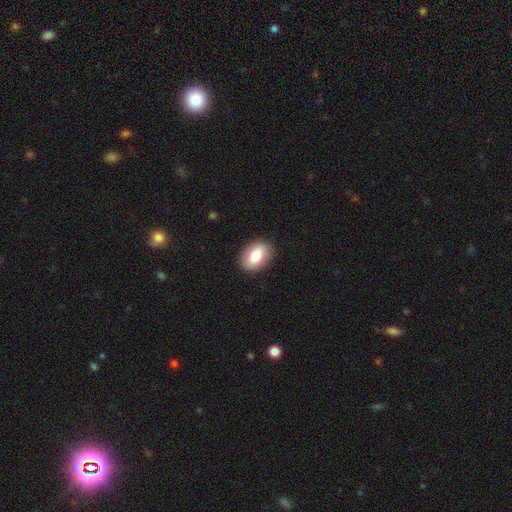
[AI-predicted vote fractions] A smooth galaxy with no disk features (79%) that is in between round and cigar-shaped (80%). Merging: none (89%).